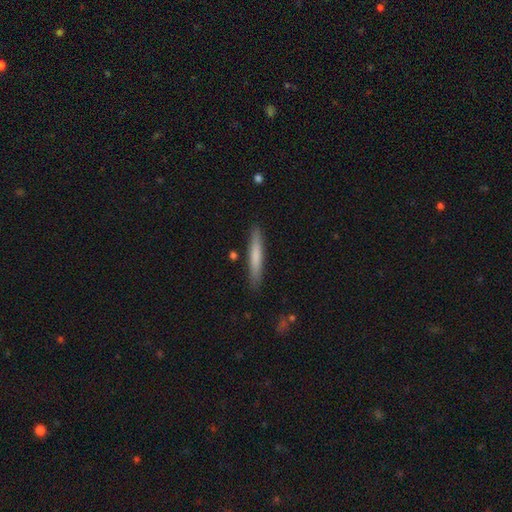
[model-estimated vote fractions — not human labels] The model was most divided on "smooth or featured": smooth: 71%, featured or disk: 23%, star or artifact: 6%. More confident: how rounded — cigar-shaped (95%); merging — none (88%).